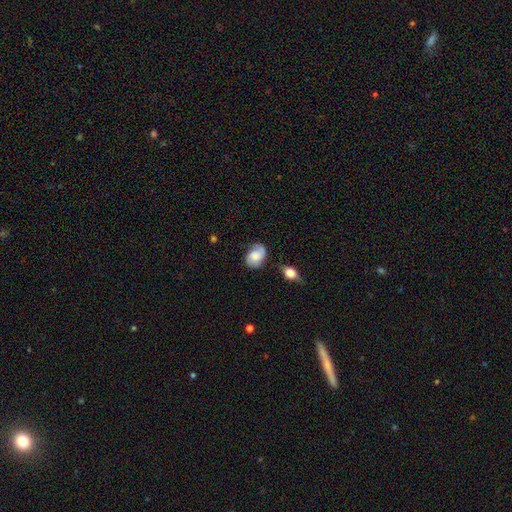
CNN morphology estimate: This is possibly a smooth galaxy (50%). How rounded: likely in between (70%). Merging: possibly none (59%).